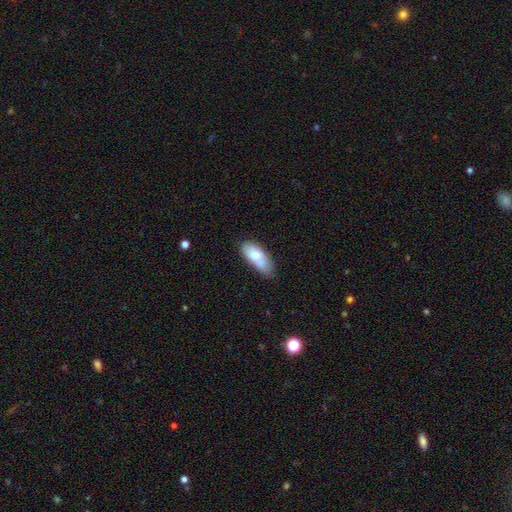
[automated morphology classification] This is likely a smooth galaxy (73%). How rounded: clearly in between (84%). Merging: possibly none (54%).